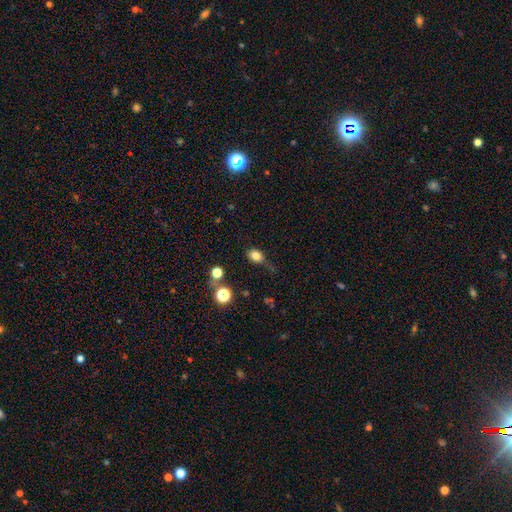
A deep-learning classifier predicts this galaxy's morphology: Smooth or featured? smooth (79%)
How rounded? in between (66%)
Merging? none (55%)